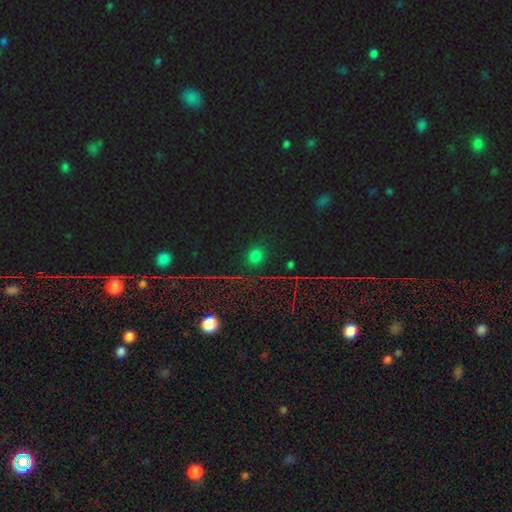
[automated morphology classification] Smooth or featured? smooth (59%)
How rounded? round (66%)
Merging? none (85%)